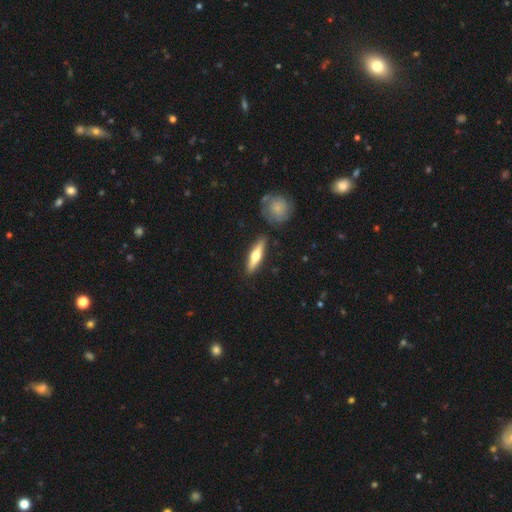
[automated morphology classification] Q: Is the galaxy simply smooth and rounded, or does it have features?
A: featured or disk — 51%.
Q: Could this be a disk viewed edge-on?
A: yes — 91%.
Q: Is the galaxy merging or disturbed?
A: none — 86%.